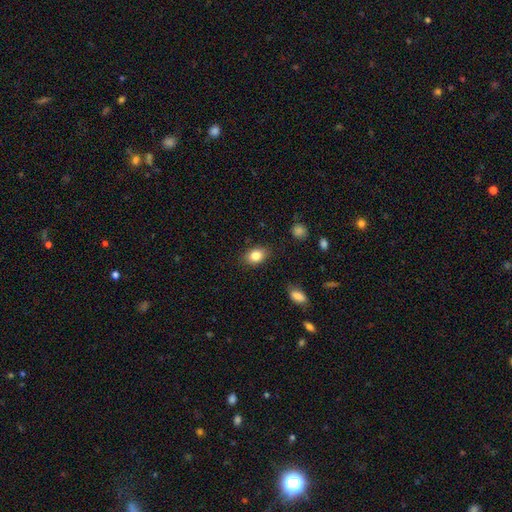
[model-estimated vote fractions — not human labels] Smooth or featured? smooth (83%)
How rounded? in between (77%)
Merging? none (85%)